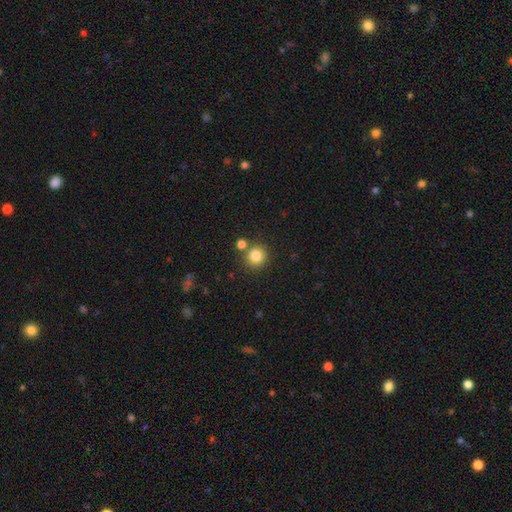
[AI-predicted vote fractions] Smooth or featured?
  - smooth: 83% *
  - star or artifact: 11%
  - featured or disk: 6%
How rounded?
  - round: 91% *
  - in between: 8%
  - cigar-shaped: 1%
Merging?
  - none: 77% *
  - merger: 13%
  - minor disturbance: 8%
  - major disturbance: 3%